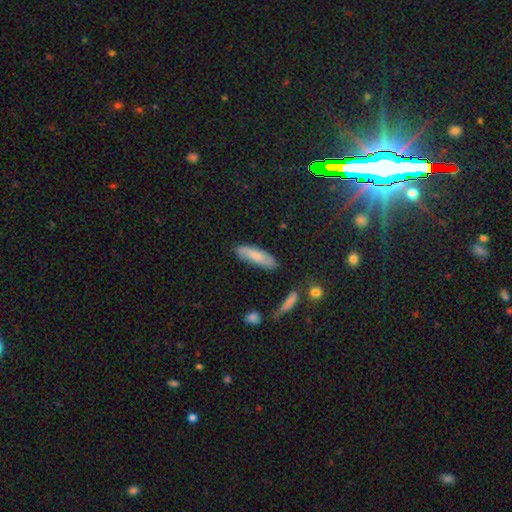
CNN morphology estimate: Smooth or featured? smooth (71%)
How rounded? cigar-shaped (56%)
Merging? none (76%)